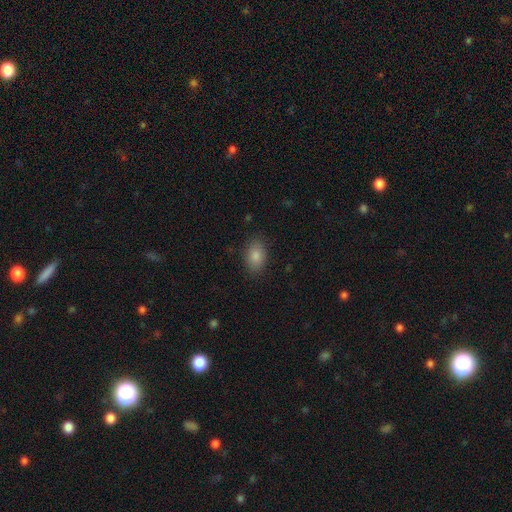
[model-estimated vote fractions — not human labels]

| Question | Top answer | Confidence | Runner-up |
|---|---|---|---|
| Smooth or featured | smooth | 86% | star or artifact (8%) |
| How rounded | in between | 86% | round (13%) |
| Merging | none | 85% | minor disturbance (11%) |